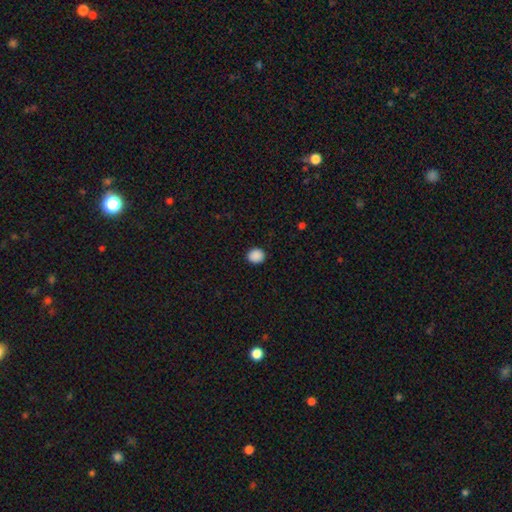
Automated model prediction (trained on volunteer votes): A smooth galaxy with no disk features (89%) that is round (75%). Merging: none (91%).